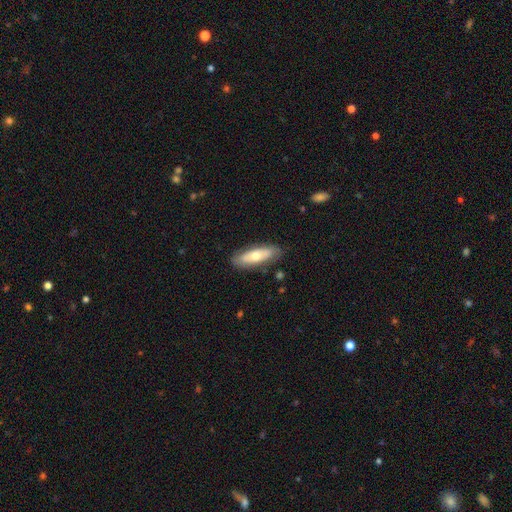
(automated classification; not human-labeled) A smooth galaxy with no disk features (59%) that is in between round and cigar-shaped (56%). Merging: none (82%).